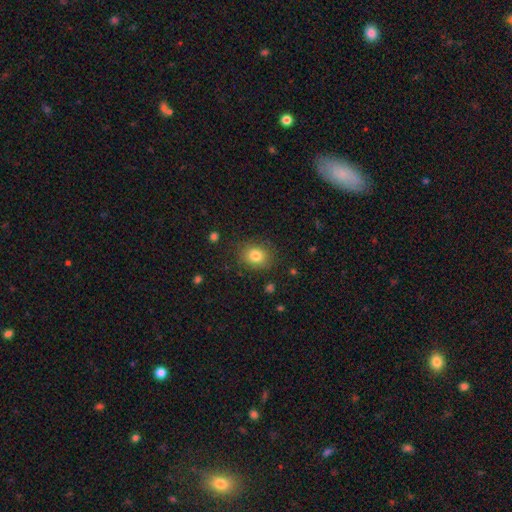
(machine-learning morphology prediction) Overall: smooth (81%). How rounded: round (65%; in between 34%). Merging: none (85%).